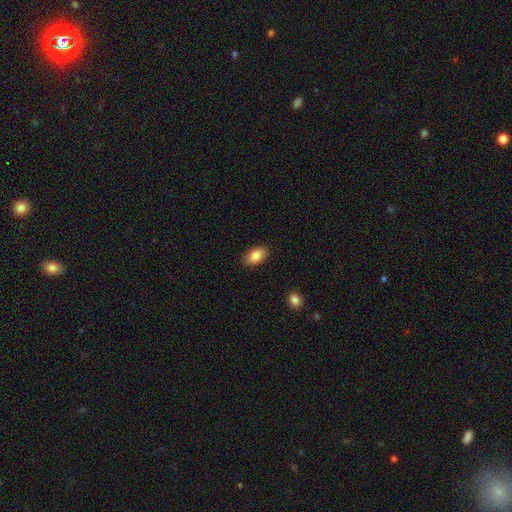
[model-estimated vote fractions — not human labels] A smooth galaxy with no disk features (85%) that is in between round and cigar-shaped (92%). Merging: none (88%).